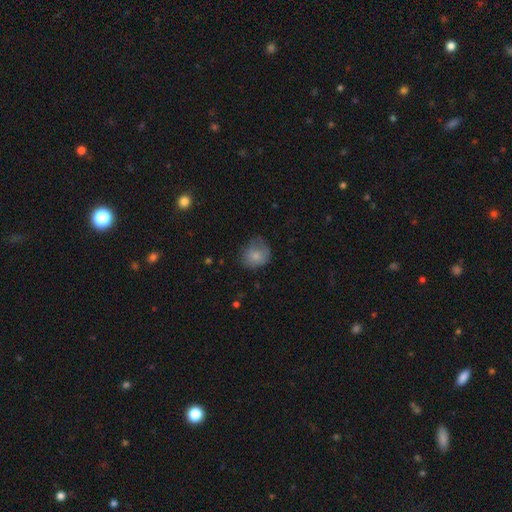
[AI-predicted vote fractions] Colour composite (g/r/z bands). It shows a smooth galaxy with no disk features (77%) that is round (75%). Merging: none (55%).